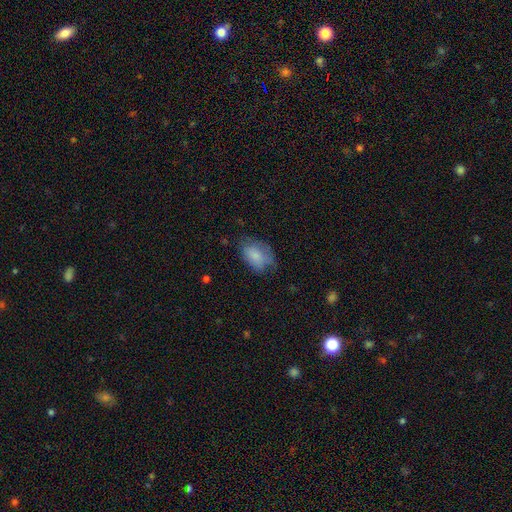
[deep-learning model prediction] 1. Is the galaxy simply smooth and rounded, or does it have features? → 79% smooth, 14% featured or disk, 7% star or artifact.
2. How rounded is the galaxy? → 86% in between, 13% round, 1% cigar-shaped.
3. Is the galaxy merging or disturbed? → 53% none, 33% minor disturbance, 12% major disturbance, 2% merger.